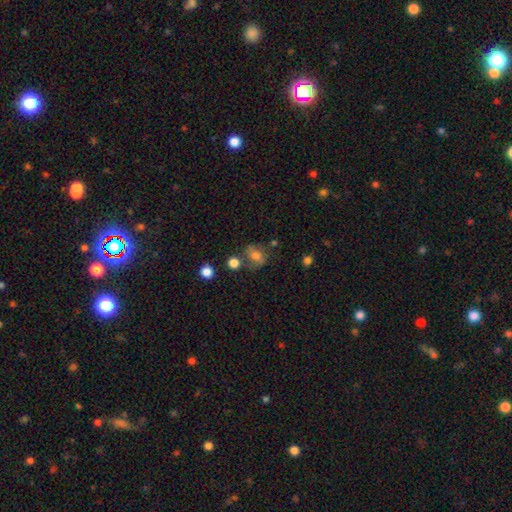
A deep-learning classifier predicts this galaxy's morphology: Smooth or featured? Predicted: smooth (p=0.64). How rounded? Predicted: in between (p=0.51). Merging? Predicted: none (p=0.58).